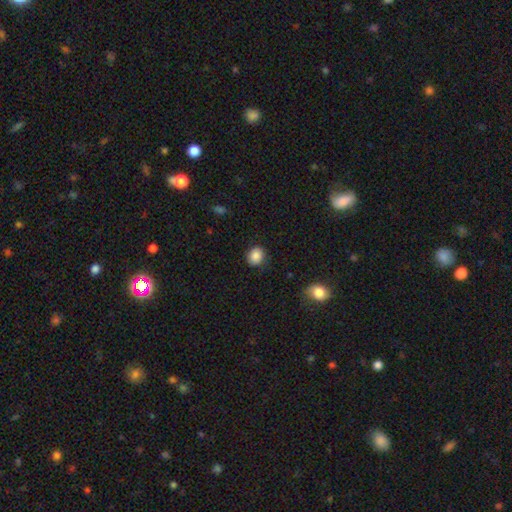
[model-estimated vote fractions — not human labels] Smooth or featured? smooth (87%)
How rounded? round (70%)
Merging? none (85%)